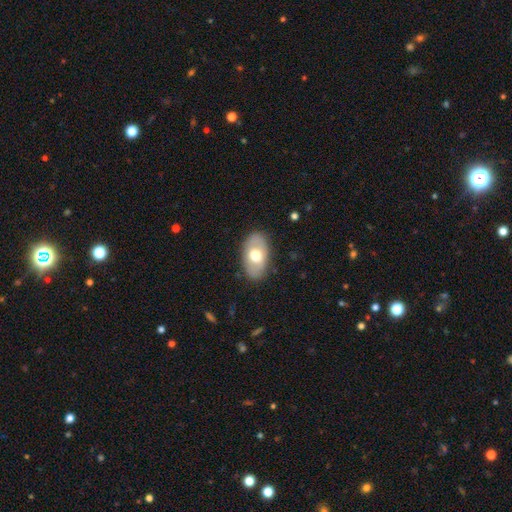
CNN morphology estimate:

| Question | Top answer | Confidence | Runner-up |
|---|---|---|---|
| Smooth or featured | smooth | 58% | featured or disk (36%) |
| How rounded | in between | 92% | round (6%) |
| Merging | none | 84% | minor disturbance (12%) |